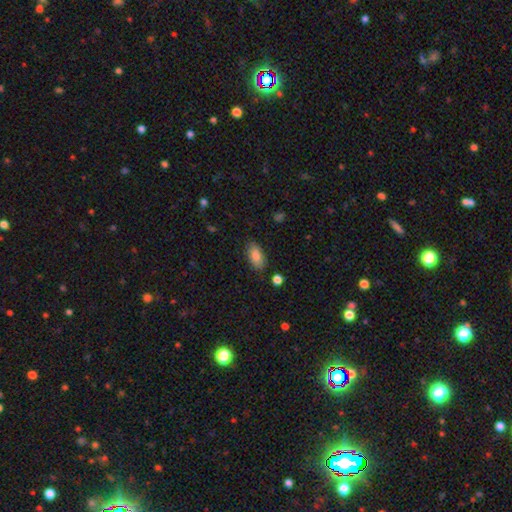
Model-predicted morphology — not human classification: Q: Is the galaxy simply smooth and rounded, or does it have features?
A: smooth — 83%.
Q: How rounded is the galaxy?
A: in between — 90%.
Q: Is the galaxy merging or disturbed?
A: none — 84%.